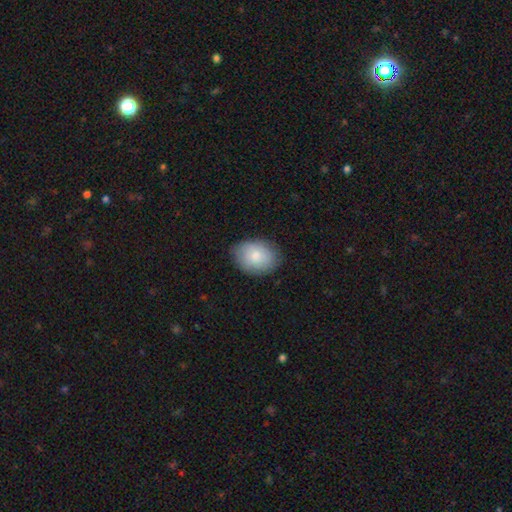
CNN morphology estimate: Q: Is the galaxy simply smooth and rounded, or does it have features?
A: smooth — 82%.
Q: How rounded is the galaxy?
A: in between — 72%.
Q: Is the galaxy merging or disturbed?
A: none — 81%.